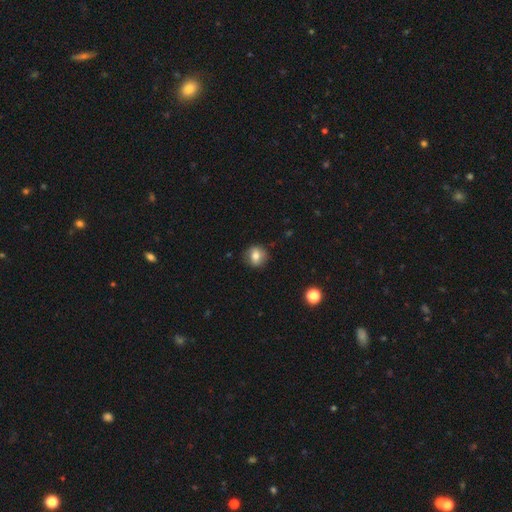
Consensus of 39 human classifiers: A smooth galaxy with no disk features (77%) that is round (63%). Merging: none (89%).